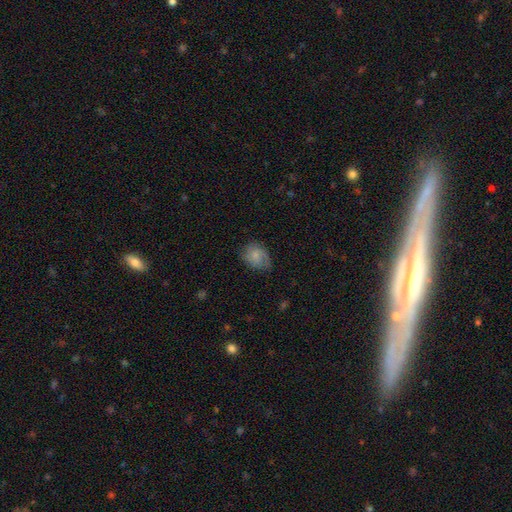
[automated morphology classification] Q: Smooth or featured?
A: smooth (68%); runner-up: featured or disk (24%)
Q: How rounded?
A: in between (56%); runner-up: round (43%)
Q: Merging?
A: none (59%); runner-up: minor disturbance (30%)